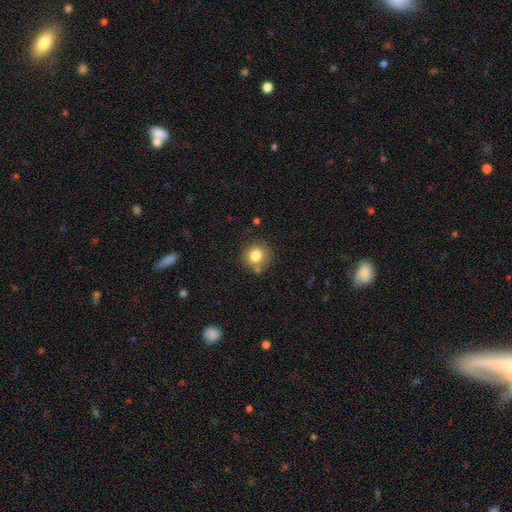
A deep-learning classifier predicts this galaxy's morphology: The model was most divided on "merging": none: 79%, minor disturbance: 11%, merger: 7%, major disturbance: 3%. More confident: how rounded — round (91%); smooth or featured — smooth (81%).